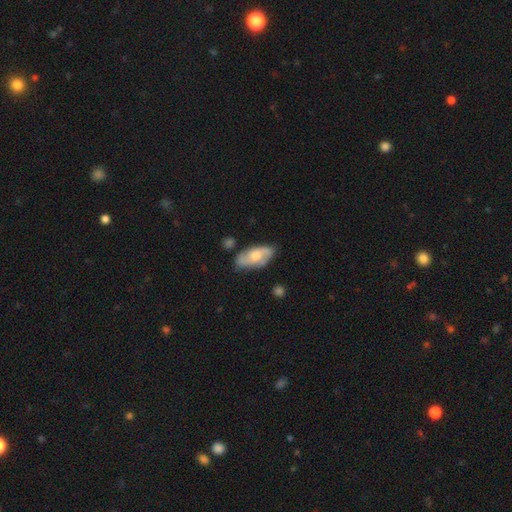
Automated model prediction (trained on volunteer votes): A featured or disk galaxy (49%). Merging: none (70%).